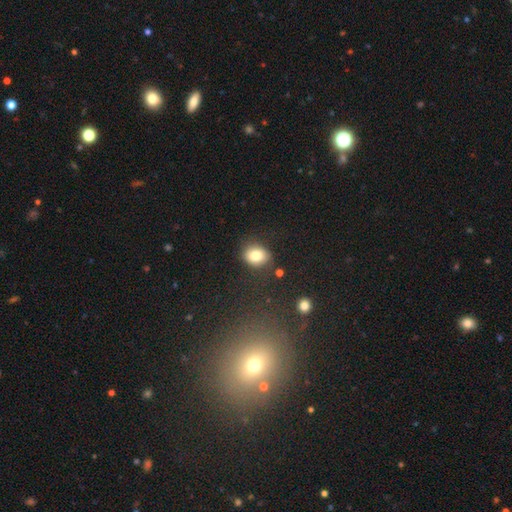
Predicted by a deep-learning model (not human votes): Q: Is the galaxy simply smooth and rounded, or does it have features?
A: smooth — 81%.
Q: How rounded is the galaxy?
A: round — 53%.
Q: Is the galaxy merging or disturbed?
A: none — 79%.